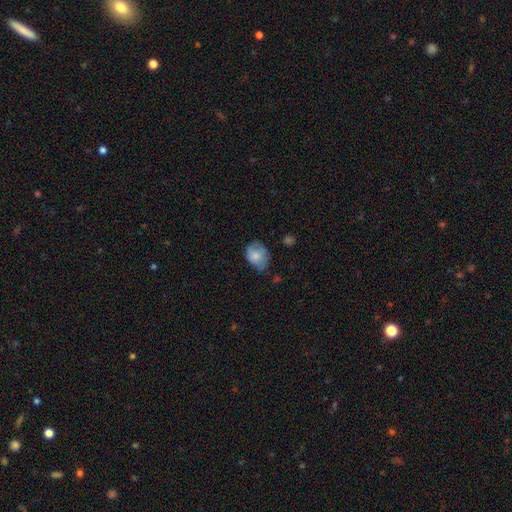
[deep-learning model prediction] Smooth or featured? Predicted: smooth (p=0.72). How rounded? Predicted: in between (p=0.64). Merging? Predicted: none (p=0.53).